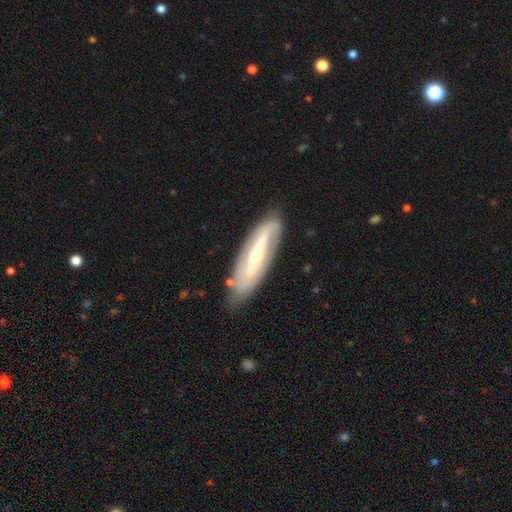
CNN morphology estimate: Smooth or featured?
  - featured or disk: 72% *
  - smooth: 23%
  - star or artifact: 5%
Edge-on disk?
  - no: 72% *
  - yes: 28%
Bar?
  - strong: 54% *
  - weak: 24%
  - no: 22%
Spiral arms?
  - yes: 66% *
  - no: 34%
Bulge size?
  - small: 48% *
  - moderate: 46%
  - large: 3%
  - none: 1%
  - dominant: 1%
Merging?
  - none: 77% *
  - minor disturbance: 16%
  - major disturbance: 4%
  - merger: 2%